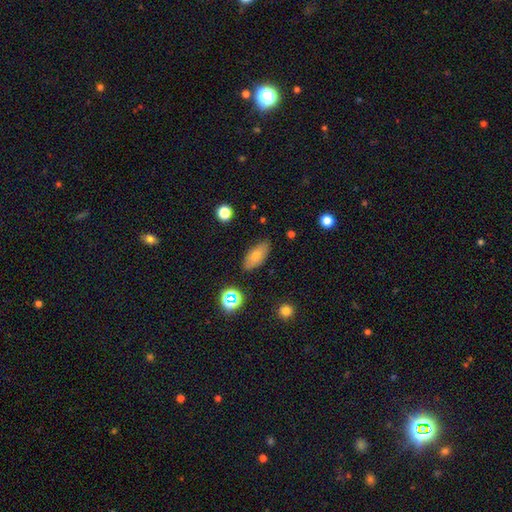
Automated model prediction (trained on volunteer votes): smooth-or-featured: smooth: 70% | featured or disk: 18% | star or artifact: 11%
  how-rounded: in between: 84% | cigar-shaped: 11% | round: 5%
  merging: none: 83% | minor disturbance: 12% | major disturbance: 3% | merger: 2%